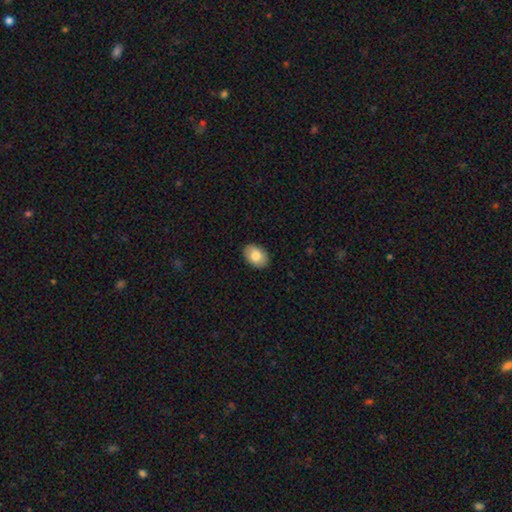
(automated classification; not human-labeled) This appears to be a smooth galaxy with no disk features (80%) that is in between round and cigar-shaped (82%). Merging: none (89%).